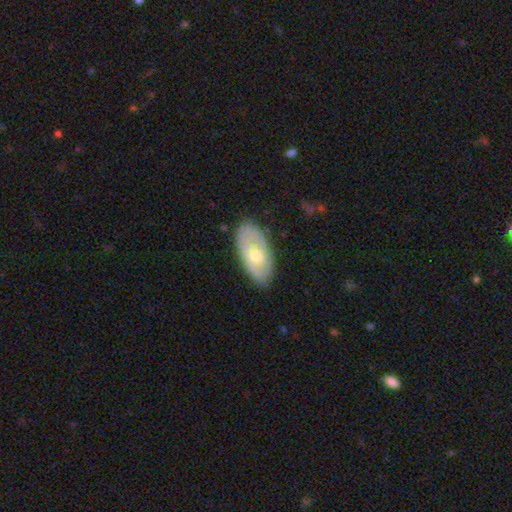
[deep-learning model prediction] A featured or disk galaxy (52%).

Vote fractions:
- Smooth or featured? featured or disk: 52% / smooth: 43% / star or artifact: 6%
- Edge-on disk? no: 89% / yes: 11%
- Merging? none: 80% / minor disturbance: 15% / major disturbance: 3% / merger: 1%